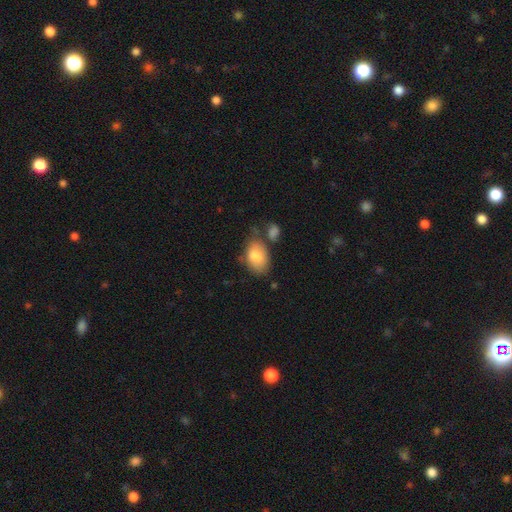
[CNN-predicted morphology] Smooth or featured? smooth (80%)
How rounded? in between (88%)
Merging? none (52%)